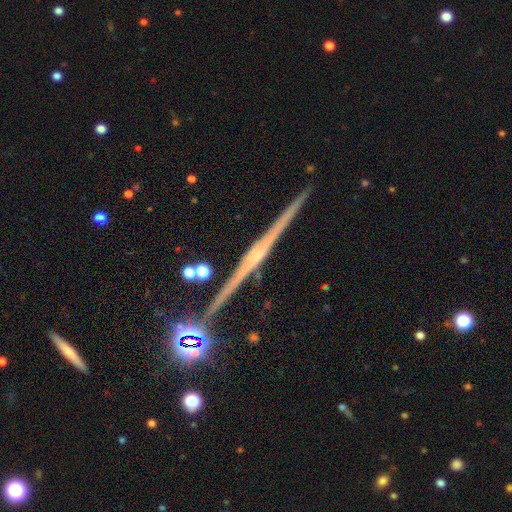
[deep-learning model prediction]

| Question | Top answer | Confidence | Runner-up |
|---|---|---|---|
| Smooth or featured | featured or disk | 83% | star or artifact (9%) |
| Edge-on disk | yes | 98% | no (2%) |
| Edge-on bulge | rounded | 60% | none (28%) |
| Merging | none | 90% | minor disturbance (6%) |